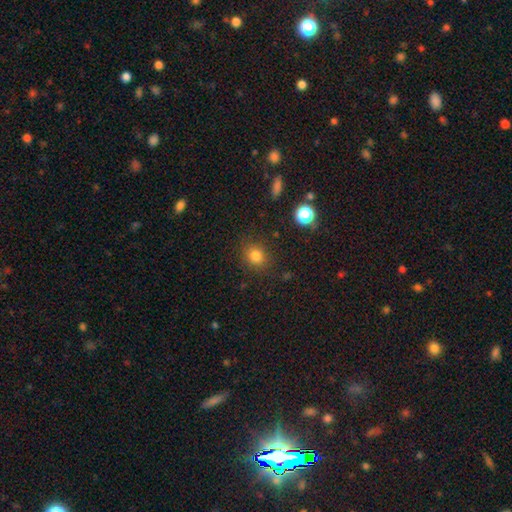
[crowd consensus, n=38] smooth-or-featured: smooth: 92% | star or artifact: 5% | featured or disk: 3%
  how-rounded: round: 69% | in between: 31% | cigar-shaped: 0%
  merging: none: 75% | minor disturbance: 19% | major disturbance: 6% | merger: 0%